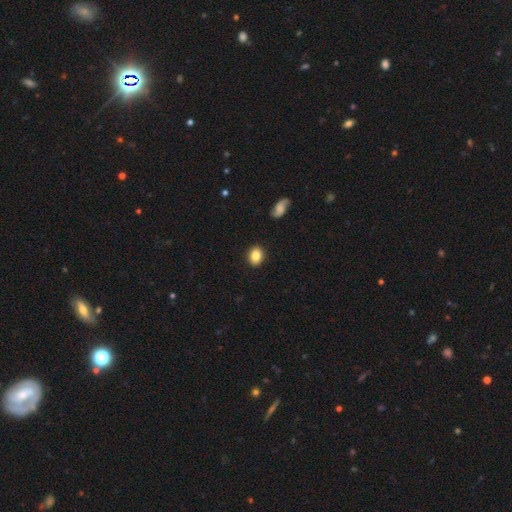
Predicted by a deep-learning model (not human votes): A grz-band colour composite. It shows a smooth galaxy with no disk features (85%) that is in between round and cigar-shaped (61%). Merging: none (89%).